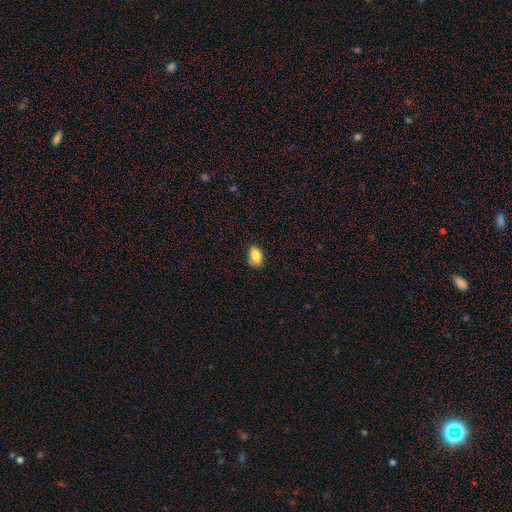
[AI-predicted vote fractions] Smooth or featured? smooth (81%)
How rounded? in between (89%)
Merging? none (66%)